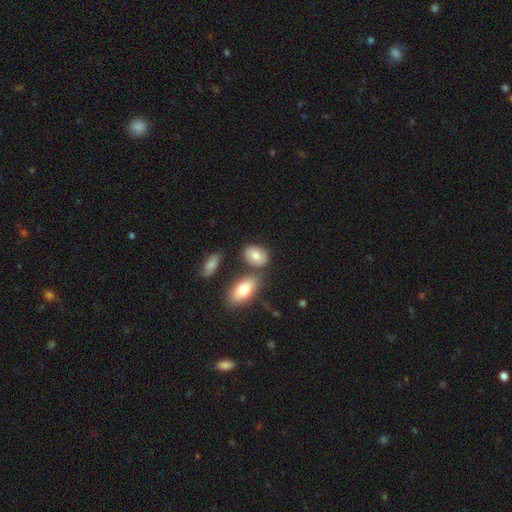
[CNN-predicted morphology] type=smooth (76%); roundness=in between (77%); merging=none (68%).